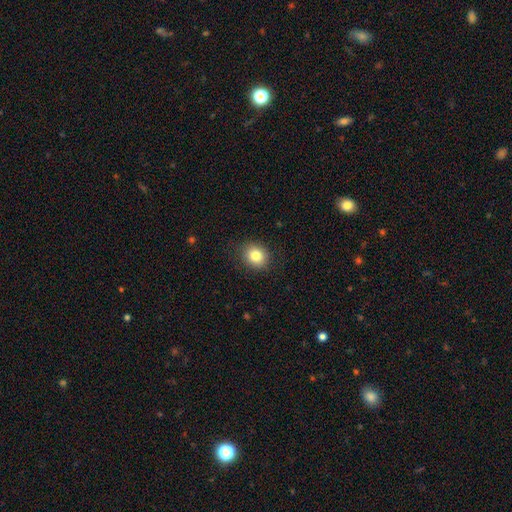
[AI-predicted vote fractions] Smooth or featured? smooth (83%)
How rounded? round (68%)
Merging? none (88%)